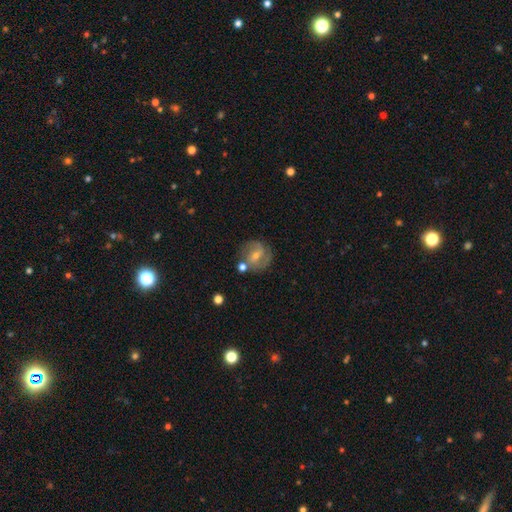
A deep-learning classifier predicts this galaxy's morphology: smooth-or-featured: featured or disk: 71% | smooth: 19% | star or artifact: 10%
  disk-edge-on: no: 97% | yes: 3%
    bar: weak: 50% | no: 30% | strong: 20%
    has-spiral-arms: yes: 87% | no: 13%
      spiral-winding: medium: 45% | tight: 38% | loose: 17%
      spiral-arm-count: 2: 68% | can't tell: 15% | 3: 7% | 1: 6% | 4: 2% | more than 4: 2%
    bulge-size: small: 54% | moderate: 42% | none: 2% | large: 2% | dominant: 1%
  merging: none: 72% | minor disturbance: 15% | merger: 7% | major disturbance: 6%